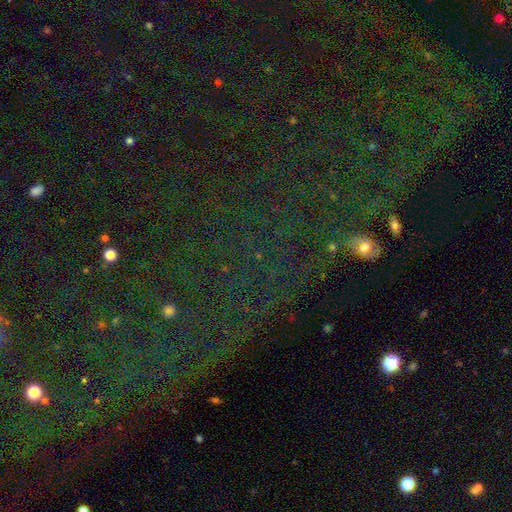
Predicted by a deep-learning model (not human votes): The model was most divided on "smooth or featured": star or artifact: 80%, smooth: 11%, featured or disk: 9%.